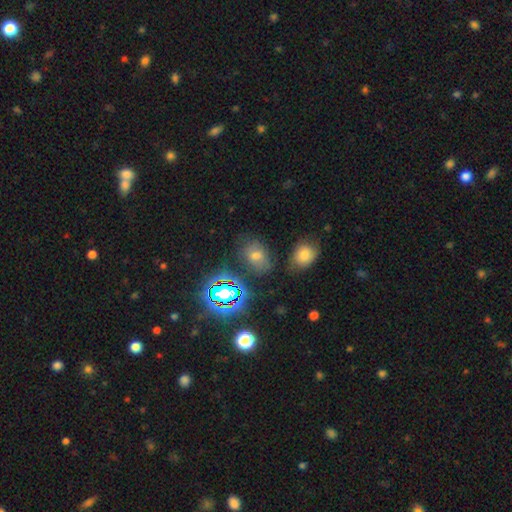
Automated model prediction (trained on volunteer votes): Smooth or featured: smooth — 57% (star or artifact — 28%)
How rounded: in between — 72% (round — 26%)
Merging: none — 68% (minor disturbance — 19%)